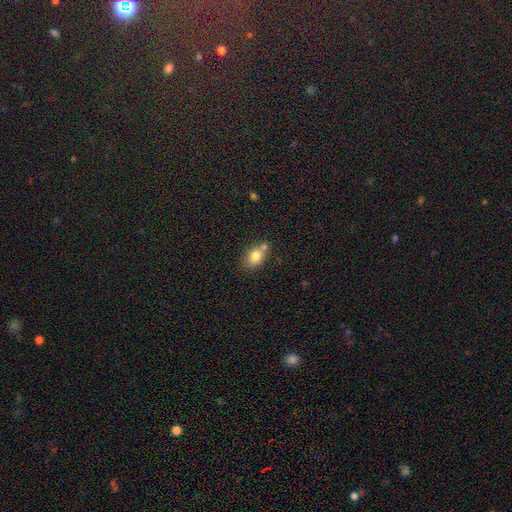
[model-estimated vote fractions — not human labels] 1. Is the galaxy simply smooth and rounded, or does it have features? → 79% smooth, 12% featured or disk, 9% star or artifact.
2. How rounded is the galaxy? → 73% in between, 25% round, 2% cigar-shaped.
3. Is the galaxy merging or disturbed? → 52% none, 27% merger, 16% minor disturbance, 4% major disturbance.